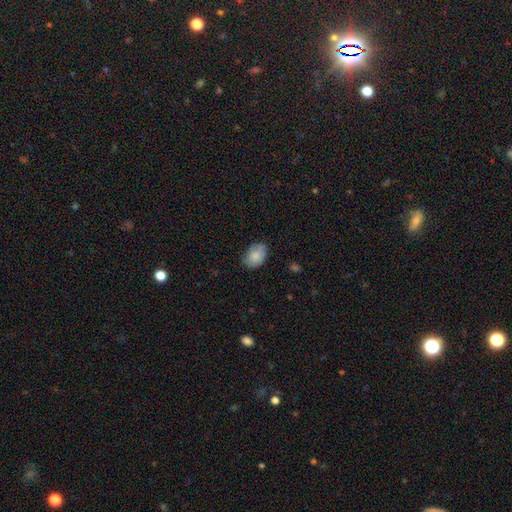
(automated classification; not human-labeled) This is clearly a smooth galaxy (81%). How rounded: likely in between (76%). Merging: likely none (71%).